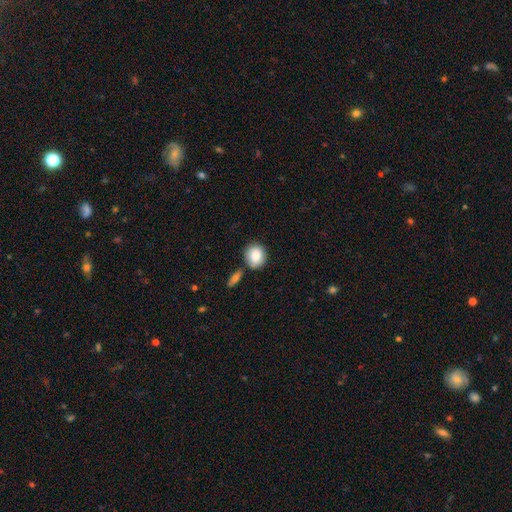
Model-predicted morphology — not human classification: Smooth or featured: smooth — 83% (featured or disk — 9%)
How rounded: round — 80% (in between — 19%)
Merging: none — 72% (merger — 13%)